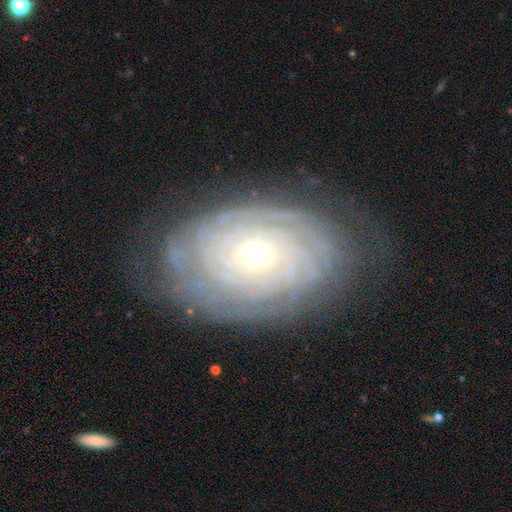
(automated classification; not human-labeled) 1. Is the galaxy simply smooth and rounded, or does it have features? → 86% featured or disk, 8% smooth, 6% star or artifact.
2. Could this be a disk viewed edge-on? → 96% no, 4% yes.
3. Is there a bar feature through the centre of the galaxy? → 78% no, 16% weak, 6% strong.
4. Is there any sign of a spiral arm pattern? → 96% yes, 4% no.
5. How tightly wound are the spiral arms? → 87% tight, 10% medium, 2% loose.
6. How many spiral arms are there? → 36% can't tell, 22% more than 4, 17% 4, 10% 3, 9% 2, 6% 1.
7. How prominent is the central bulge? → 70% small, 27% moderate, 2% large, 1% none, 1% dominant.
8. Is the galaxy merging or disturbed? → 77% none, 16% minor disturbance, 5% major disturbance, 1% merger.